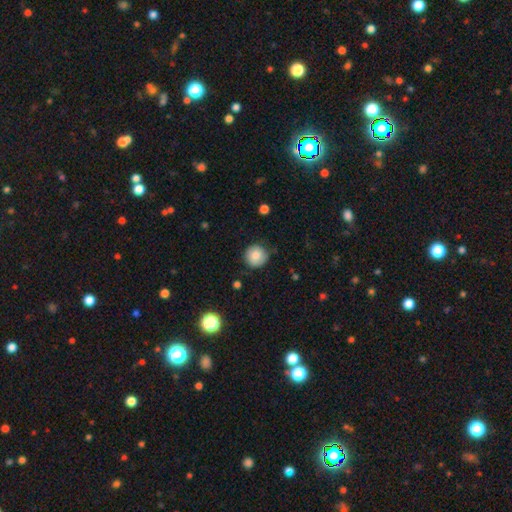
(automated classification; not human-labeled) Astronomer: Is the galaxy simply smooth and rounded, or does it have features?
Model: smooth — 81%.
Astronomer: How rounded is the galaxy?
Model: round — 93%.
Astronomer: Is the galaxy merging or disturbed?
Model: none — 79%.